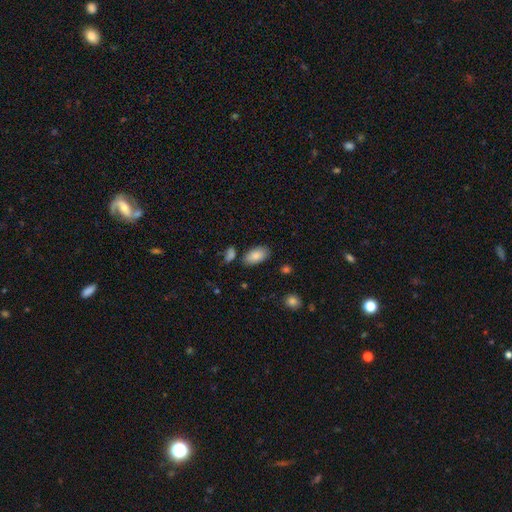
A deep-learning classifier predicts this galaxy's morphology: A smooth galaxy with no disk features (86%) that is in between round and cigar-shaped (95%).

Vote fractions:
- Smooth or featured? smooth: 86% / featured or disk: 7% / star or artifact: 7%
- How rounded? in between: 95% / round: 3% / cigar-shaped: 2%
- Merging? none: 79% / minor disturbance: 13% / merger: 5% / major disturbance: 3%